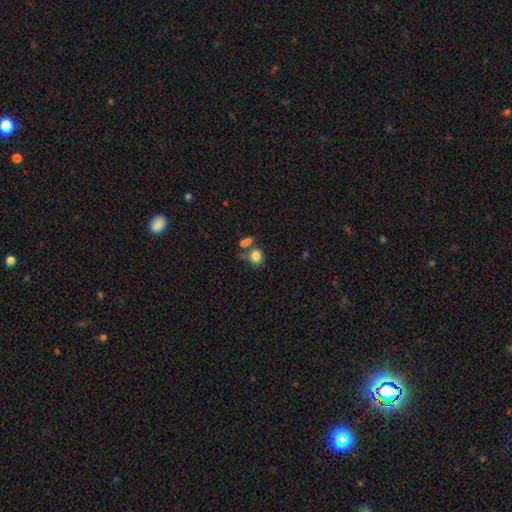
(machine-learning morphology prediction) Smooth or featured? Predicted: smooth (p=0.81). How rounded? Predicted: round (p=0.67). Merging? Predicted: none (p=0.50).